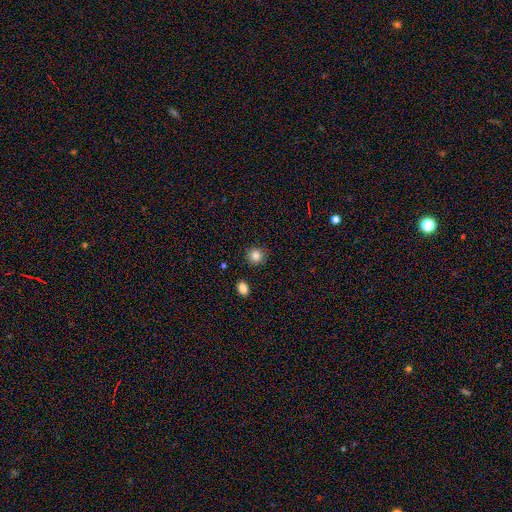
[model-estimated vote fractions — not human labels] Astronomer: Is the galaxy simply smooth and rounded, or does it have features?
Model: smooth — 84%.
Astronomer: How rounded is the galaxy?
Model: round — 89%.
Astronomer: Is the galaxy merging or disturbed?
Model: none — 89%.